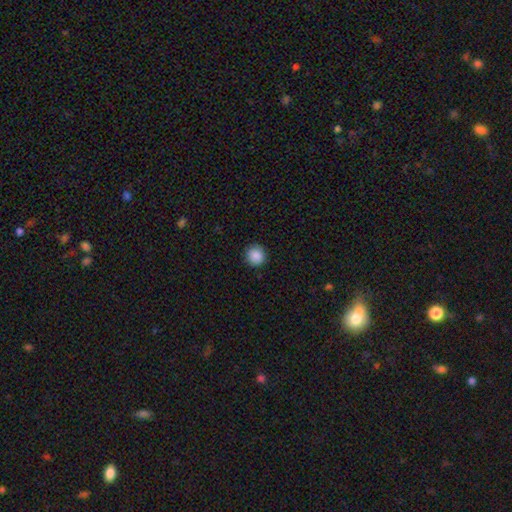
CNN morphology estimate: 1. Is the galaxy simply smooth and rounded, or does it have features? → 89% smooth, 9% star or artifact, 3% featured or disk.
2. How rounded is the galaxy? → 92% round, 7% in between, 1% cigar-shaped.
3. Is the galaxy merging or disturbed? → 90% none, 7% minor disturbance, 2% major disturbance, 1% merger.